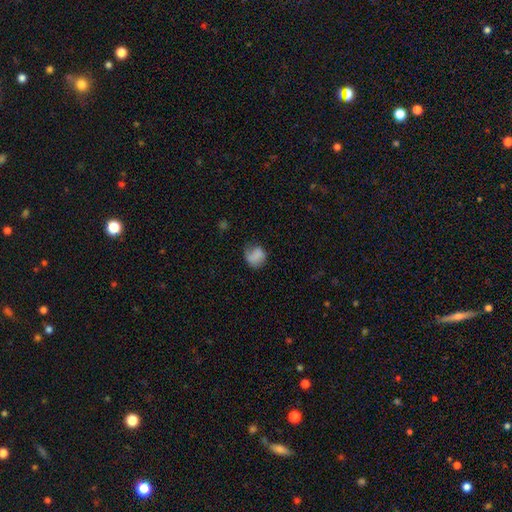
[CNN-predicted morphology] Smooth or featured: smooth — 69% (featured or disk — 21%)
How rounded: round — 66% (in between — 33%)
Merging: none — 47% (minor disturbance — 29%)